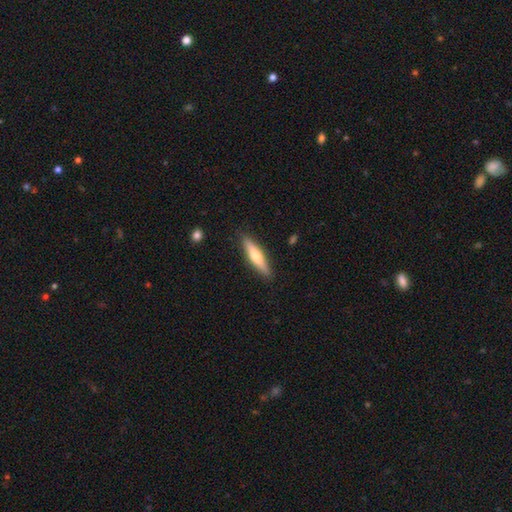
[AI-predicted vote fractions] This is possibly a smooth galaxy (48%). Merging: clearly none (89%).